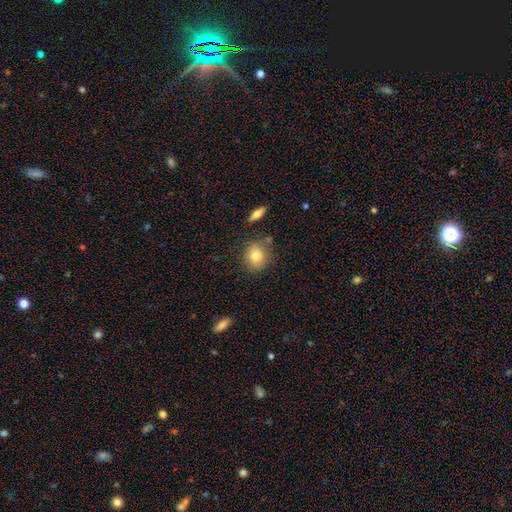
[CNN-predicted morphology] smooth_or_featured: smooth (p=0.80) [alt: featured or disk p=0.11]
how_rounded: round (p=0.75) [alt: in between p=0.24]
merging: none (p=0.80) [alt: minor disturbance p=0.12]